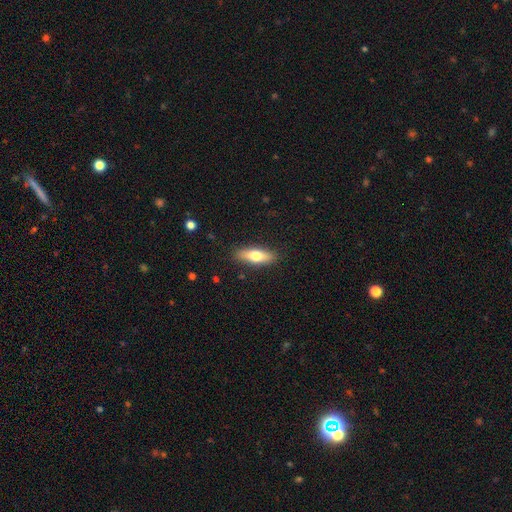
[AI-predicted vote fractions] Q: Smooth or featured?
A: smooth (64%); runner-up: featured or disk (30%)
Q: How rounded?
A: in between (51%); runner-up: cigar-shaped (46%)
Q: Merging?
A: none (88%); runner-up: minor disturbance (9%)